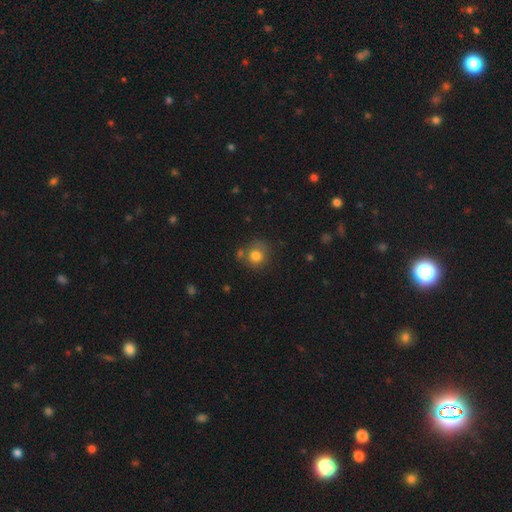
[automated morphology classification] Q: Smooth or featured?
A: smooth (80%); runner-up: star or artifact (11%)
Q: How rounded?
A: round (85%); runner-up: in between (14%)
Q: Merging?
A: none (62%); runner-up: minor disturbance (17%)